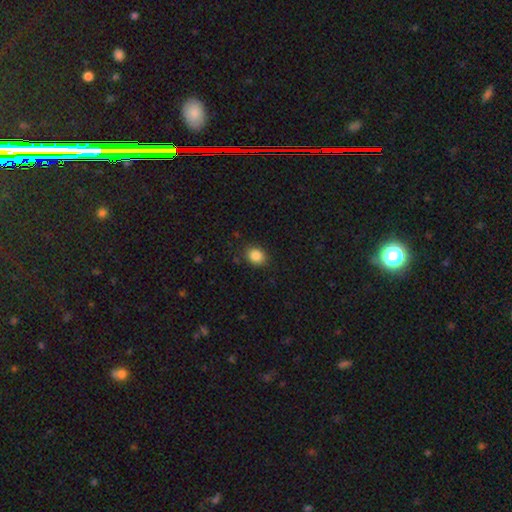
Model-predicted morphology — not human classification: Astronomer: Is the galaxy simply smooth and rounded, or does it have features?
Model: smooth — 86%.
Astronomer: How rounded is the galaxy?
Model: round — 52% (runner-up: in between, 47%).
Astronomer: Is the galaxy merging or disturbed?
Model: none — 86%.